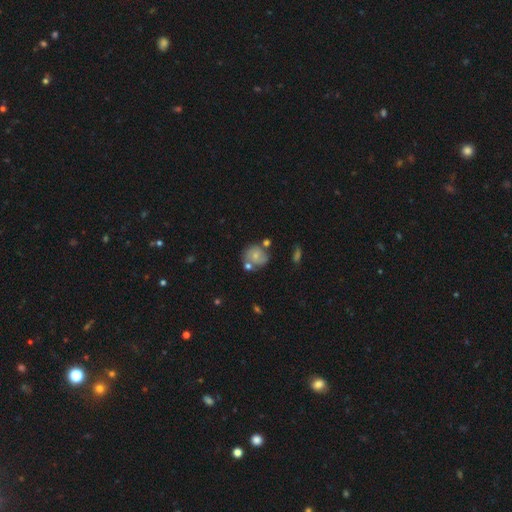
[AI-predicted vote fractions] smooth-or-featured: featured or disk: 47% | smooth: 44% | star or artifact: 9%
  merging: none: 57% | minor disturbance: 20% | merger: 17% | major disturbance: 7%